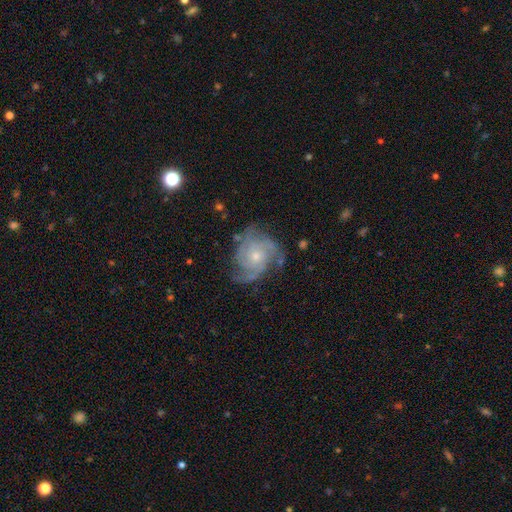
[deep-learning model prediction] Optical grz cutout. It shows a featured or disk galaxy (87%) with no bar (78%), 3 (40%) tight (53%) spiral arms (96%) and a small central bulge (60%). Merging: none (67%).